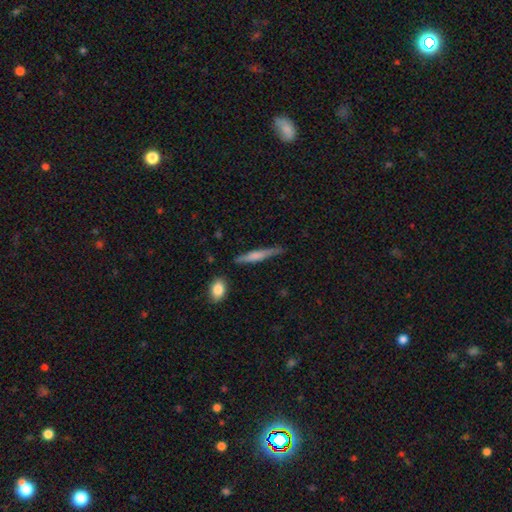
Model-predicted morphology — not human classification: Smooth or featured? smooth (50%)
How rounded? cigar-shaped (90%)
Merging? none (76%)